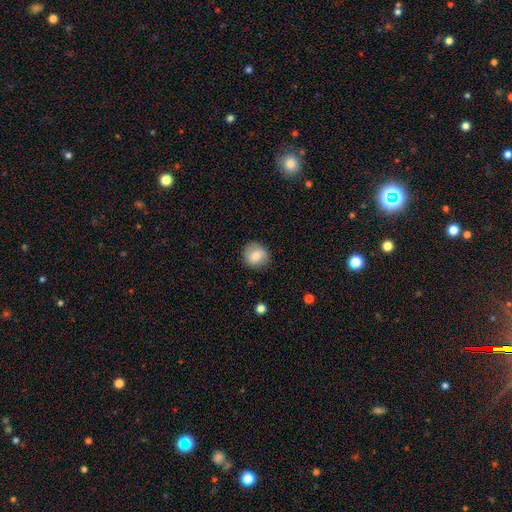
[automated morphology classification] Overall: smooth (80%). How rounded: round (86%). Merging: none (84%).